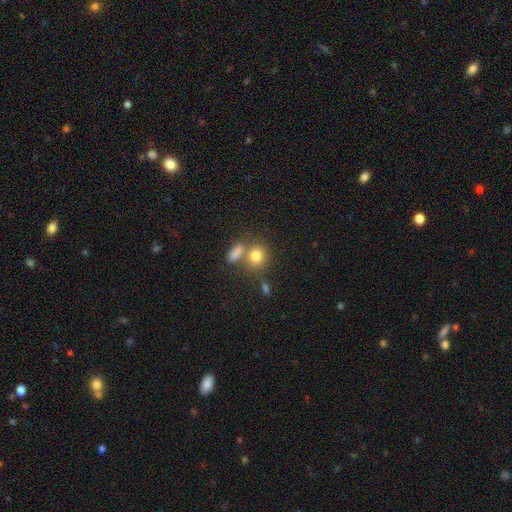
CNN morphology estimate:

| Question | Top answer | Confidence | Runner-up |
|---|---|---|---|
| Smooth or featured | smooth | 80% | star or artifact (11%) |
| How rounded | round | 68% | in between (29%) |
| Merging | none | 55% | merger (30%) |